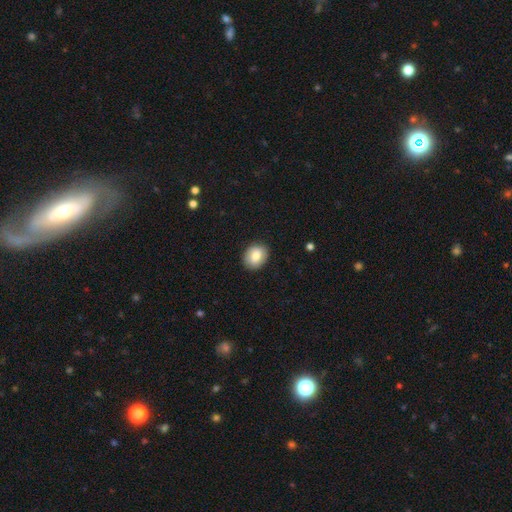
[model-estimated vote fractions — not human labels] The model was most divided on "how rounded": in between: 52%, round: 47%, cigar-shaped: 1%. More confident: merging — none (89%); smooth or featured — smooth (82%).